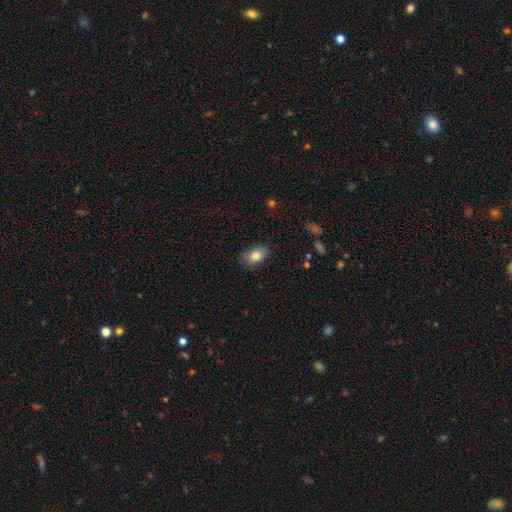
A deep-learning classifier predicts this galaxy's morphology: This is clearly a smooth galaxy (82%). How rounded: clearly in between (84%). Merging: likely none (76%).